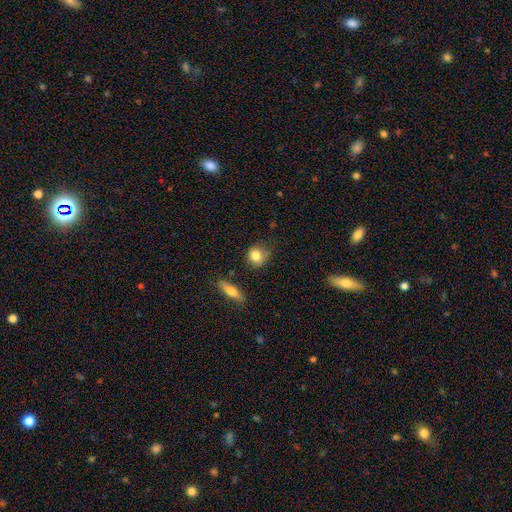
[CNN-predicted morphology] This appears to be a smooth galaxy with no disk features (81%) that is round (80%). Merging: none (68%).